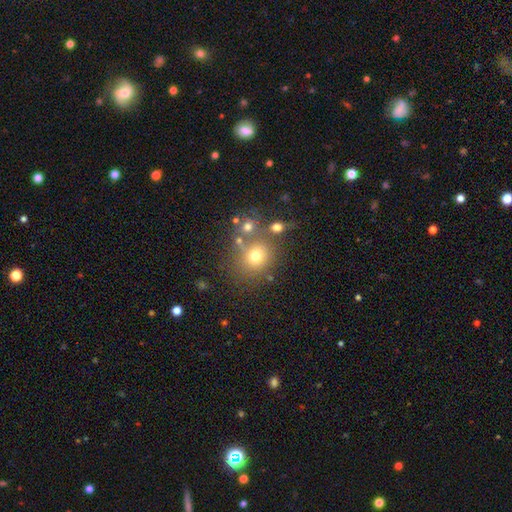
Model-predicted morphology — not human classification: smooth_or_featured: smooth (p=0.70) [alt: star or artifact p=0.18]
how_rounded: round (p=0.79) [alt: in between p=0.20]
merging: none (p=0.62) [alt: merger p=0.19]